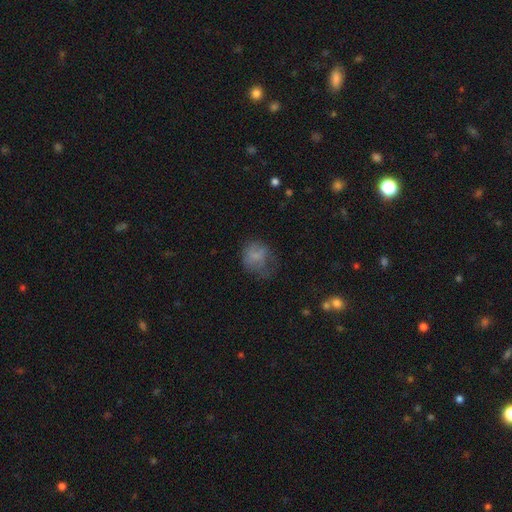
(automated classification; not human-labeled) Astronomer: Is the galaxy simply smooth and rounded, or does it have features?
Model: smooth — 64%.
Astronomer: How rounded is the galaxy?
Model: round — 56% (runner-up: in between, 43%).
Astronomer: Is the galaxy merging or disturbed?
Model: none — 35% (runner-up: major disturbance, 34%).